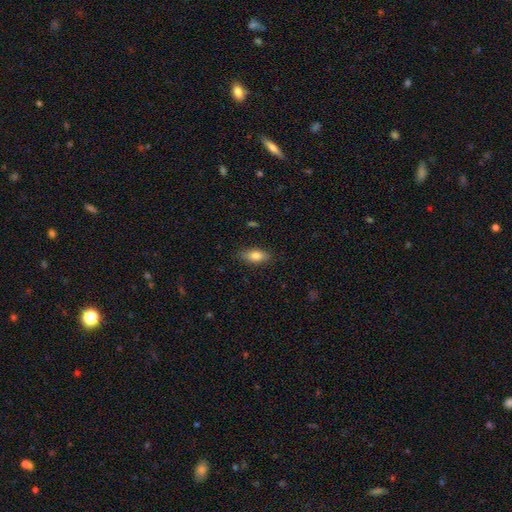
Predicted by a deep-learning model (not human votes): Smooth or featured: smooth — 80% (featured or disk — 12%)
How rounded: in between — 85% (cigar-shaped — 10%)
Merging: none — 84% (minor disturbance — 13%)